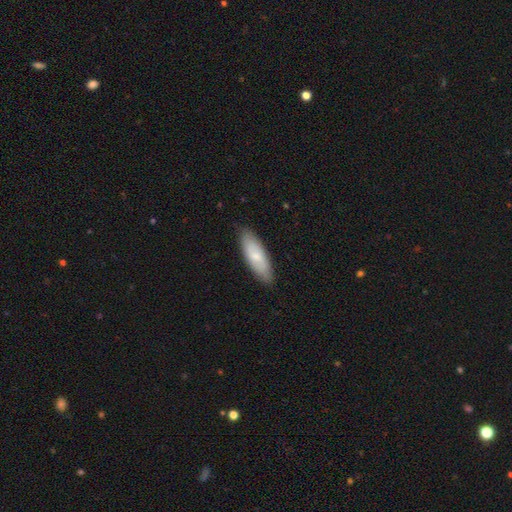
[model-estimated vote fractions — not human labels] Smooth or featured?
  - smooth: 70% *
  - featured or disk: 25%
  - star or artifact: 5%
How rounded?
  - in between: 58% *
  - cigar-shaped: 40%
  - round: 2%
Merging?
  - none: 86% *
  - minor disturbance: 11%
  - major disturbance: 2%
  - merger: 1%